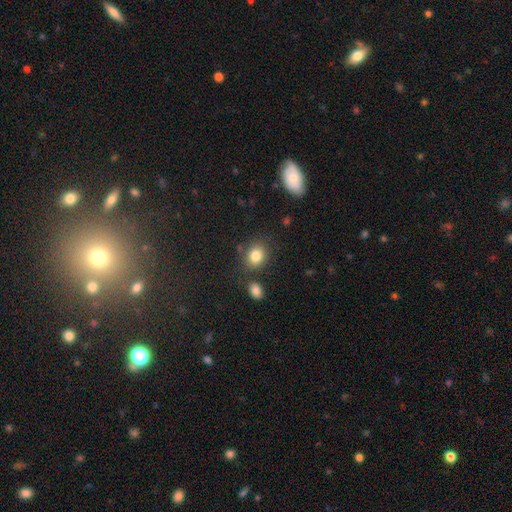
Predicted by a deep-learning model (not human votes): smooth-or-featured: smooth: 82% | star or artifact: 10% | featured or disk: 7%
  how-rounded: round: 60% | in between: 39% | cigar-shaped: 1%
  merging: none: 77% | minor disturbance: 11% | merger: 7% | major disturbance: 4%